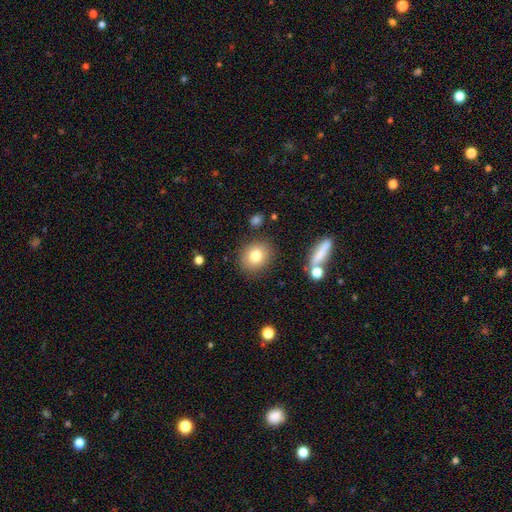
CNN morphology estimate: Overall: smooth (79%). How rounded: round (71%). Merging: none (85%).